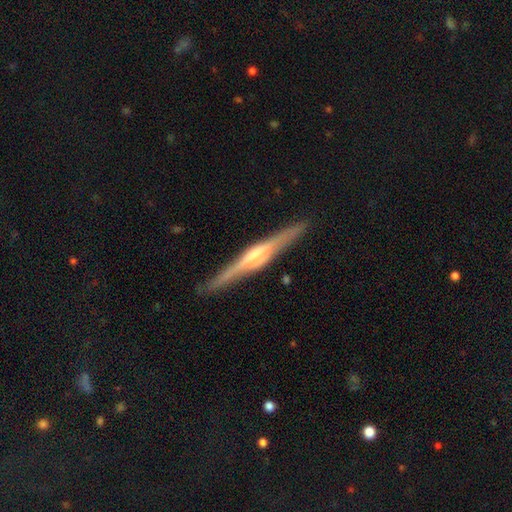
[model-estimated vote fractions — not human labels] Morphology: type=featured or disk (81%); edge-on=yes (98%); edge-on bulge=rounded (74%); merging=none (89%).